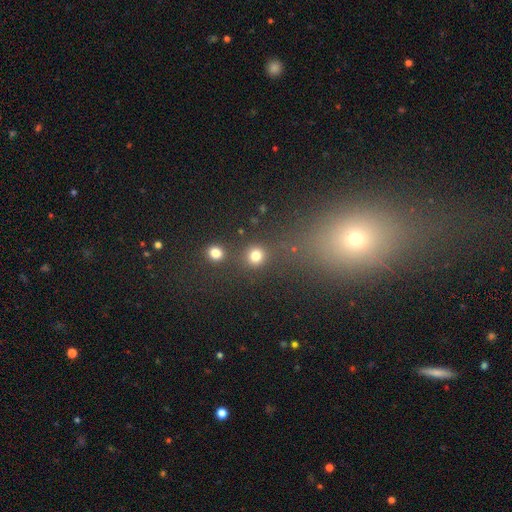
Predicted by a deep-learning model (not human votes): smooth 80%, star or artifact 15%, featured or disk 5%. Down the decision tree: how rounded — round (90%); merging — none (79%).